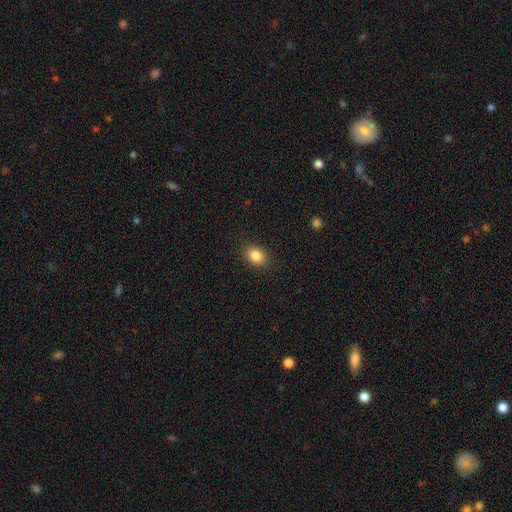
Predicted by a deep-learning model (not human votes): smooth-or-featured: smooth: 85% | star or artifact: 9% | featured or disk: 5%
  how-rounded: in between: 72% | round: 27% | cigar-shaped: 1%
  merging: none: 88% | minor disturbance: 9% | major disturbance: 3% | merger: 1%